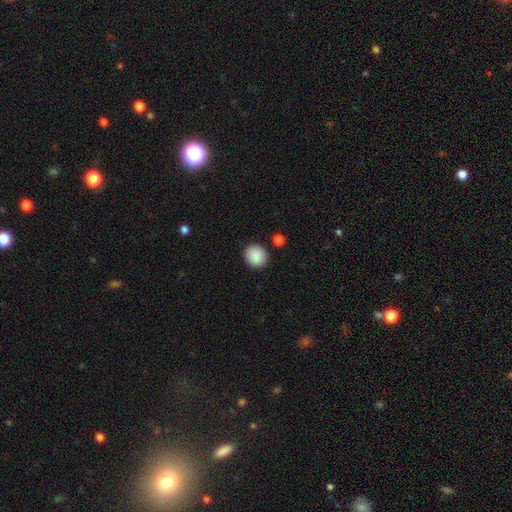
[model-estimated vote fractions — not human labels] Smooth or featured?
  - smooth: 89% *
  - star or artifact: 7%
  - featured or disk: 3%
How rounded?
  - round: 88% *
  - in between: 11%
  - cigar-shaped: 1%
Merging?
  - none: 89% *
  - minor disturbance: 7%
  - merger: 2%
  - major disturbance: 2%